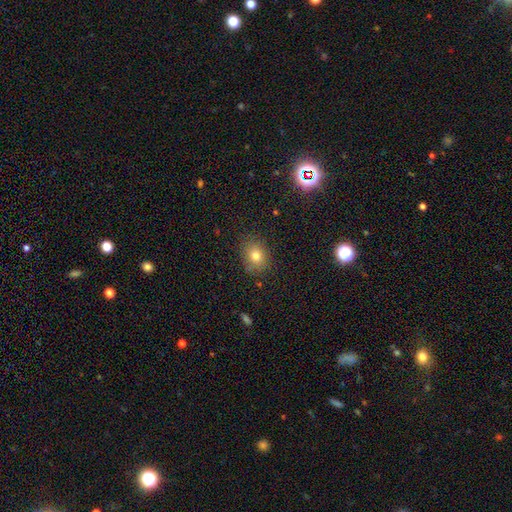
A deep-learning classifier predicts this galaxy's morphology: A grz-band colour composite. It shows a smooth galaxy with no disk features (77%) that is round (53%). Merging: none (83%).